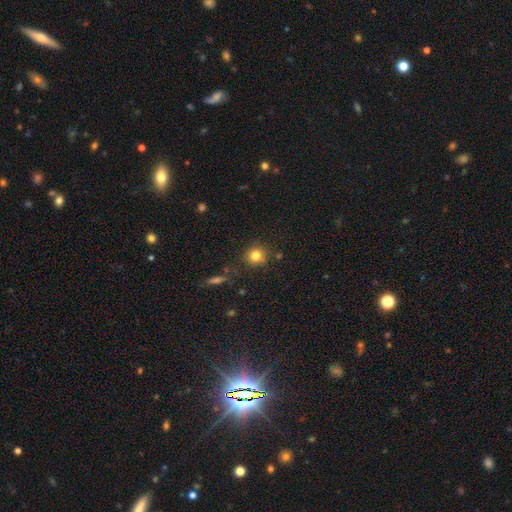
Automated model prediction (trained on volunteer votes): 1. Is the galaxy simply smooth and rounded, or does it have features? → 80% smooth, 12% star or artifact, 7% featured or disk.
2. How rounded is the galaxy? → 87% round, 12% in between, 1% cigar-shaped.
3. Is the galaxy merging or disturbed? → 80% none, 12% minor disturbance, 4% merger, 3% major disturbance.